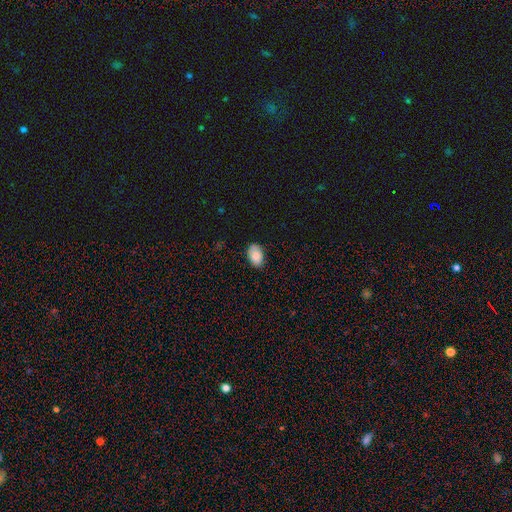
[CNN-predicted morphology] This appears to be a smooth galaxy with no disk features (86%) that is in between round and cigar-shaped (86%). Merging: none (76%).